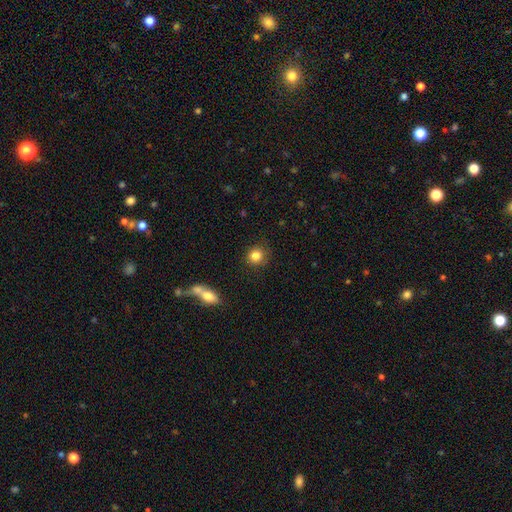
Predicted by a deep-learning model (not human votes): Q: Smooth or featured?
A: smooth (84%); runner-up: star or artifact (10%)
Q: How rounded?
A: round (88%); runner-up: in between (11%)
Q: Merging?
A: none (85%); runner-up: minor disturbance (10%)